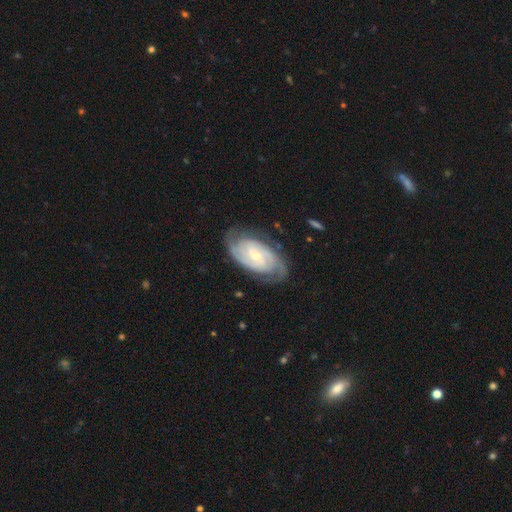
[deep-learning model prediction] featured or disk 87%, smooth 8%, star or artifact 5%. Down the decision tree: edge-on disk — no (96%); bar — no (60%); spiral arms — yes (97%); spiral arm count — 2 (48%); spiral winding — tight (66%); bulge size — small (67%); merging — none (77%).